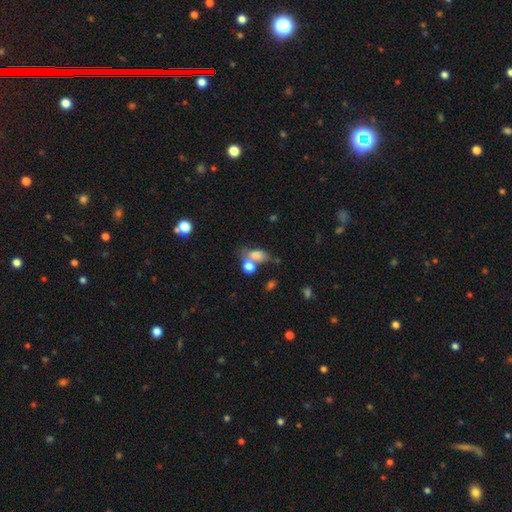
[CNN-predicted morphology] This appears to be a smooth galaxy with no disk features (75%) that is in between round and cigar-shaped (80%). Merging: merger (37%).